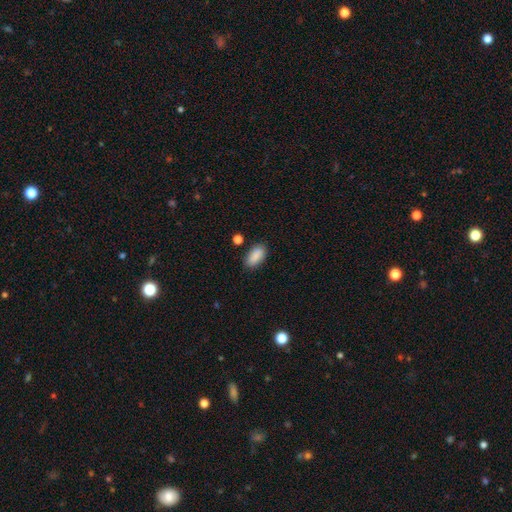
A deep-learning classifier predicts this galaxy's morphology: A smooth galaxy with no disk features (89%) that is in between round and cigar-shaped (92%).

Vote fractions:
- Smooth or featured? smooth: 89% / star or artifact: 7% / featured or disk: 4%
- How rounded? in between: 92% / cigar-shaped: 4% / round: 4%
- Merging? none: 80% / minor disturbance: 13% / merger: 3% / major disturbance: 3%